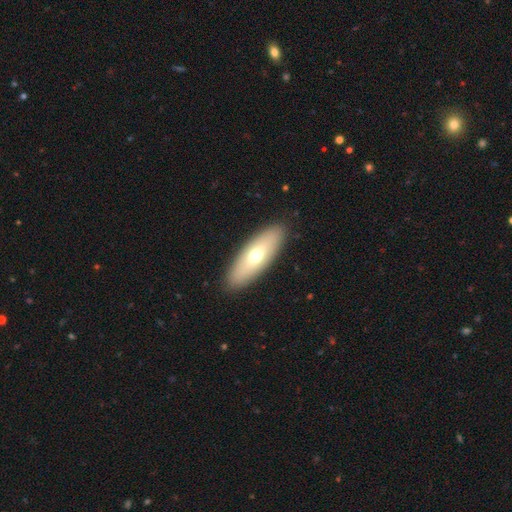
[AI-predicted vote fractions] smooth-or-featured: smooth: 62% | featured or disk: 31% | star or artifact: 6%
  how-rounded: in between: 60% | cigar-shaped: 37% | round: 3%
  merging: none: 90% | minor disturbance: 7% | major disturbance: 2% | merger: 1%